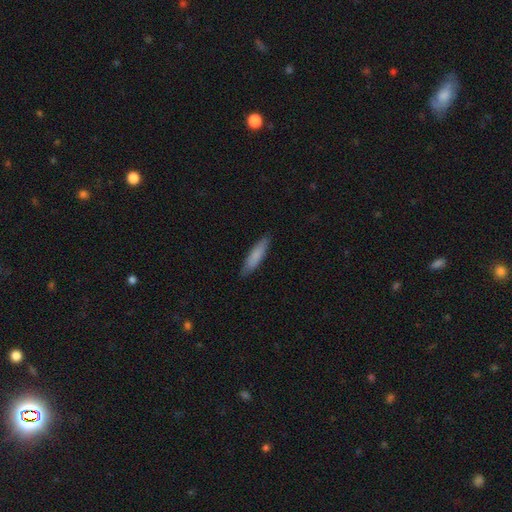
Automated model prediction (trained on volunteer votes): smooth_or_featured: smooth (p=0.82) [alt: featured or disk p=0.13]
how_rounded: cigar-shaped (p=0.79) [alt: in between p=0.20]
merging: none (p=0.87) [alt: minor disturbance p=0.10]